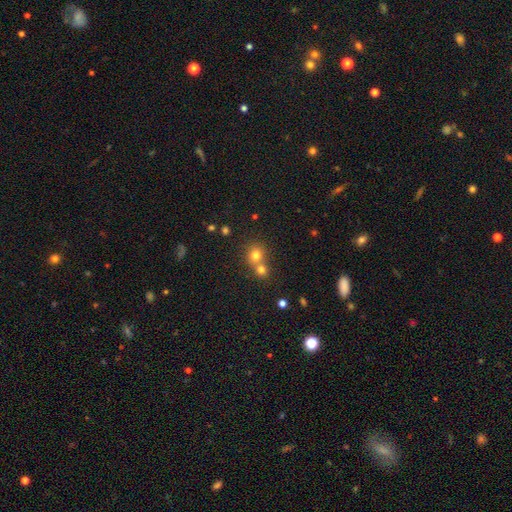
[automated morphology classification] Smooth or featured?
  - smooth: 76% *
  - star or artifact: 15%
  - featured or disk: 9%
How rounded?
  - round: 83% *
  - in between: 16%
  - cigar-shaped: 1%
Merging?
  - merger: 48% *
  - none: 44%
  - minor disturbance: 5%
  - major disturbance: 2%